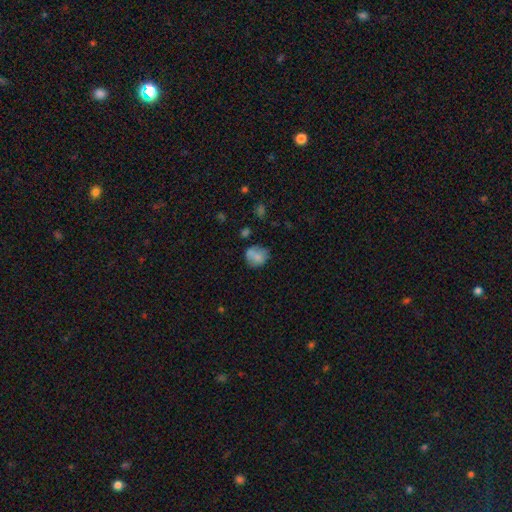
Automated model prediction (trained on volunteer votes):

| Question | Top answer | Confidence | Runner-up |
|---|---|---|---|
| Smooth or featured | smooth | 71% | featured or disk (19%) |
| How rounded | round | 66% | in between (33%) |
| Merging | none | 51% | minor disturbance (24%) |